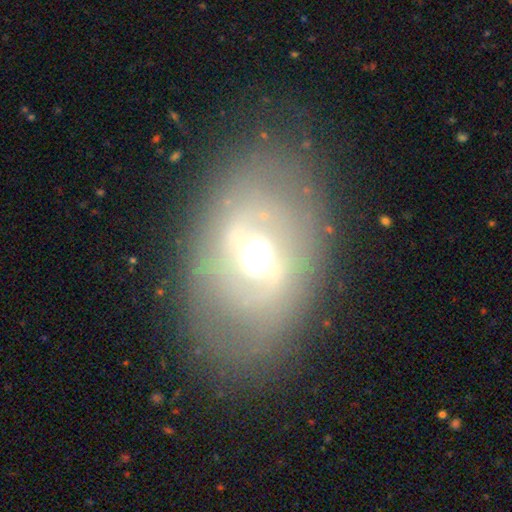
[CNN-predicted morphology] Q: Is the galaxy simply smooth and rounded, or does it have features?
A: featured or disk — 60%.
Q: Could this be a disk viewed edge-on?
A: no — 90%.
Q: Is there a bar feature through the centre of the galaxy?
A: weak — 39%.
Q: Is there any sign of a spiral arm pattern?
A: no — 66%.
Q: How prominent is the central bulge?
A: moderate — 64%.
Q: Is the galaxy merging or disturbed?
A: none — 78%.